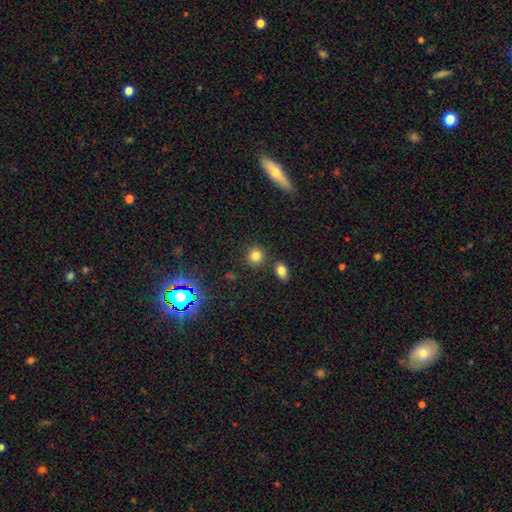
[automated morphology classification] Smooth or featured?
  - smooth: 80% *
  - star or artifact: 14%
  - featured or disk: 6%
How rounded?
  - round: 85% *
  - in between: 14%
  - cigar-shaped: 1%
Merging?
  - none: 81% *
  - merger: 8%
  - minor disturbance: 8%
  - major disturbance: 3%